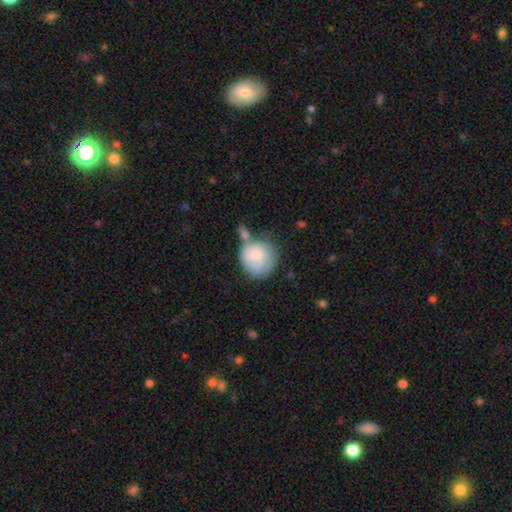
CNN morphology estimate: Smooth or featured? smooth (67%)
How rounded? round (86%)
Merging? none (45%)